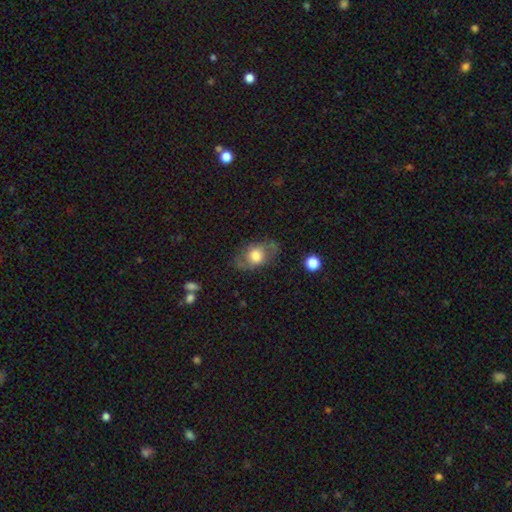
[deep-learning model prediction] The model was most divided on "smooth or featured": smooth: 48%, featured or disk: 45%, star or artifact: 8%. More confident: merging — none (71%).